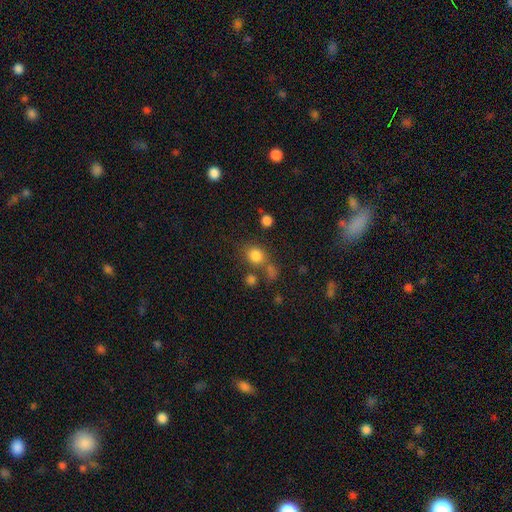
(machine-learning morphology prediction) This appears to be a smooth galaxy with no disk features (80%) that is round (75%). Merging: none (63%).